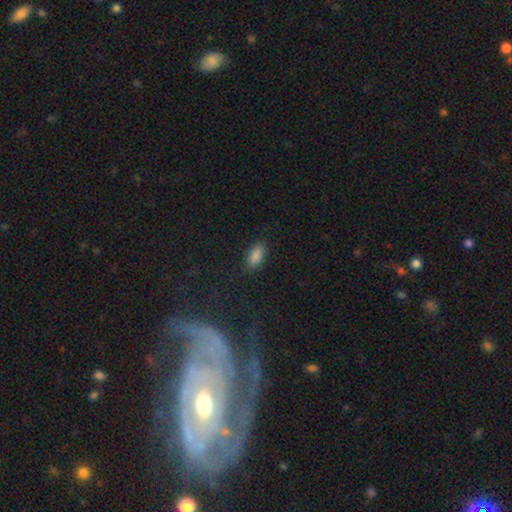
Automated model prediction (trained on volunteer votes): smooth-or-featured: smooth: 85% | star or artifact: 10% | featured or disk: 5%
  how-rounded: in between: 88% | cigar-shaped: 9% | round: 3%
  merging: none: 86% | minor disturbance: 10% | major disturbance: 3% | merger: 1%